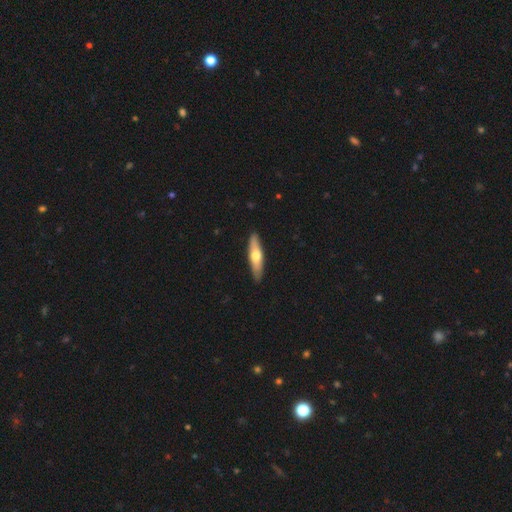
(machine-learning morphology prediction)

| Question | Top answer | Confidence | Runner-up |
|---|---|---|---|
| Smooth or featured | smooth | 52% | featured or disk (43%) |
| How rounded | cigar-shaped | 76% | in between (23%) |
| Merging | none | 90% | minor disturbance (8%) |